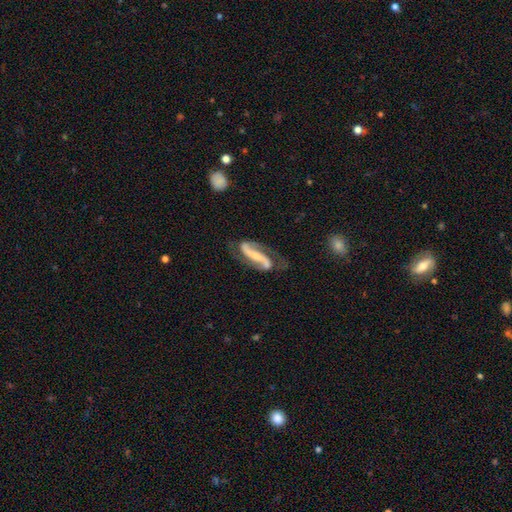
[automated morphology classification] A featured or disk galaxy (87%) with a strong bar (51%), 2 (92%) loose (45%) spiral arms (96%) and a small central bulge (51%). Merging: none (68%).